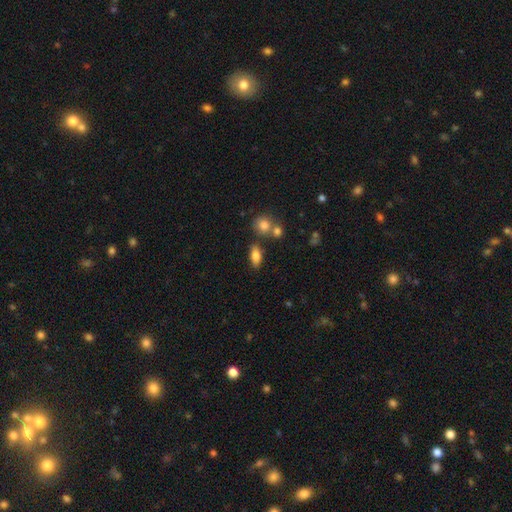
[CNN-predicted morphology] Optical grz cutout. It shows a smooth galaxy with no disk features (80%) that is in between round and cigar-shaped (83%). Merging: none (73%).